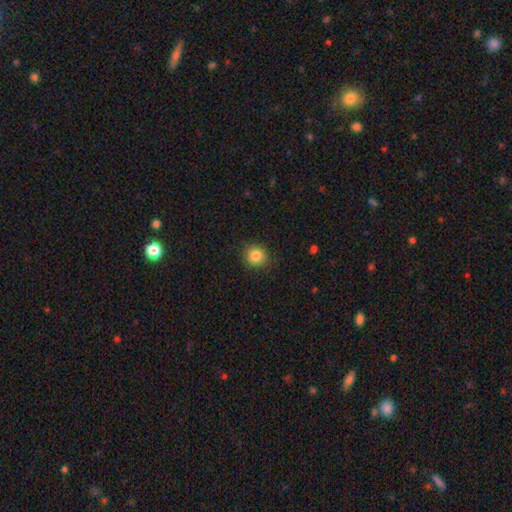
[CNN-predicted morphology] smooth-or-featured: smooth: 84% | star or artifact: 10% | featured or disk: 6%
  how-rounded: round: 87% | in between: 12% | cigar-shaped: 1%
  merging: none: 88% | minor disturbance: 9% | major disturbance: 2% | merger: 1%